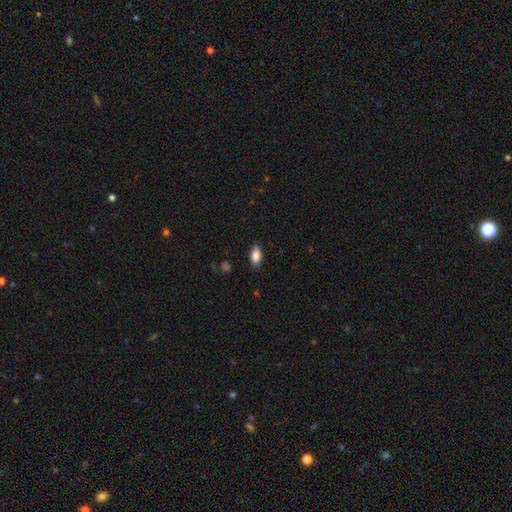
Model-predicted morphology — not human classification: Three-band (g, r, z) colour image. It shows a smooth galaxy with no disk features (84%) that is in between round and cigar-shaped (88%). Merging: none (86%).